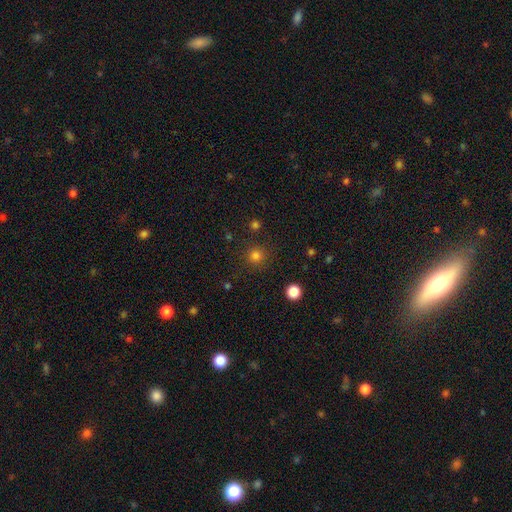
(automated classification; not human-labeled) The model was most divided on "smooth or featured": smooth: 80%, star or artifact: 15%, featured or disk: 4%. More confident: how rounded — round (94%); merging — none (89%).